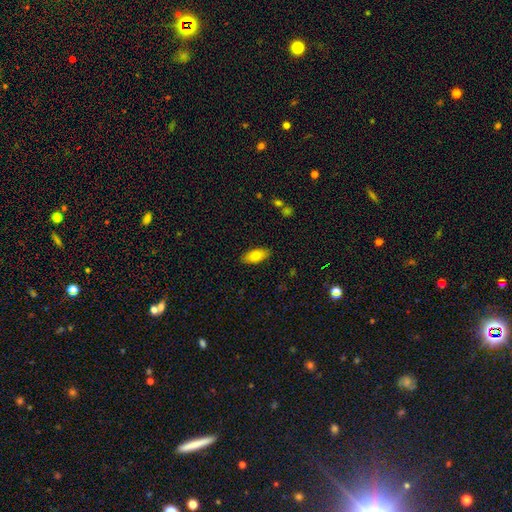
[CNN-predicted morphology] This is likely a smooth galaxy (76%). How rounded: clearly in between (88%). Merging: clearly none (88%).